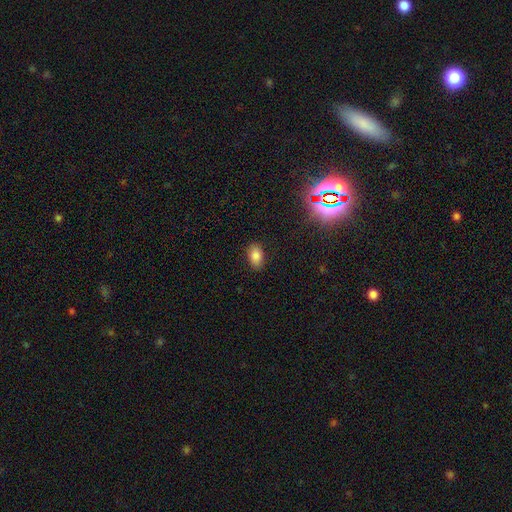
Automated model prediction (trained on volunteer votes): A smooth galaxy with no disk features (83%) that is in between round and cigar-shaped (89%). Merging: none (87%).